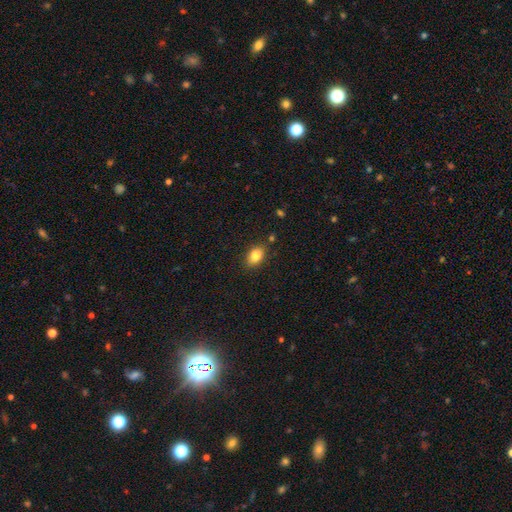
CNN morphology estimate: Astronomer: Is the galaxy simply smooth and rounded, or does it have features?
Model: smooth — 83%.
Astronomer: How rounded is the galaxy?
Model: in between — 79%.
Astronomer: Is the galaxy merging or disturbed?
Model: none — 83%.